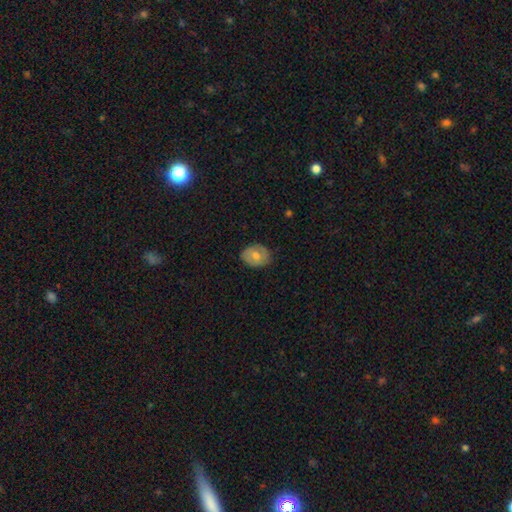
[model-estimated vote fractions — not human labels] A smooth galaxy with no disk features (54%) that is in between round and cigar-shaped (52%).

Vote fractions:
- Smooth or featured? smooth: 54% / featured or disk: 37% / star or artifact: 9%
- How rounded? in between: 52% / round: 47% / cigar-shaped: 1%
- Merging? none: 82% / minor disturbance: 14% / major disturbance: 3% / merger: 1%